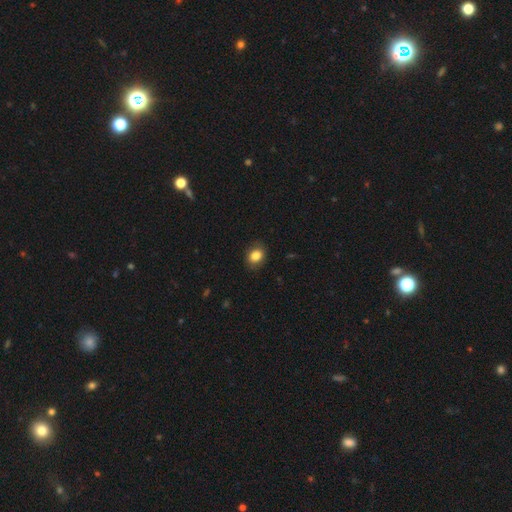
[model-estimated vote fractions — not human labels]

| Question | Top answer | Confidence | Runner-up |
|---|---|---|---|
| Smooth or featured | smooth | 83% | star or artifact (9%) |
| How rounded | in between | 51% | round (48%) |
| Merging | none | 83% | minor disturbance (13%) |